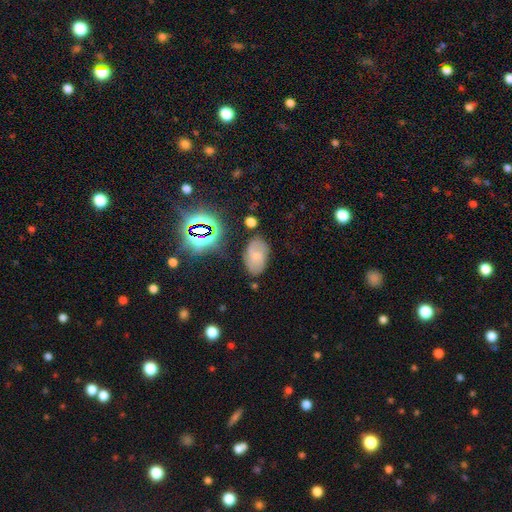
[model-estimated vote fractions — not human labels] This is possibly a smooth galaxy (52%). How rounded: clearly in between (91%). Merging: likely none (72%).